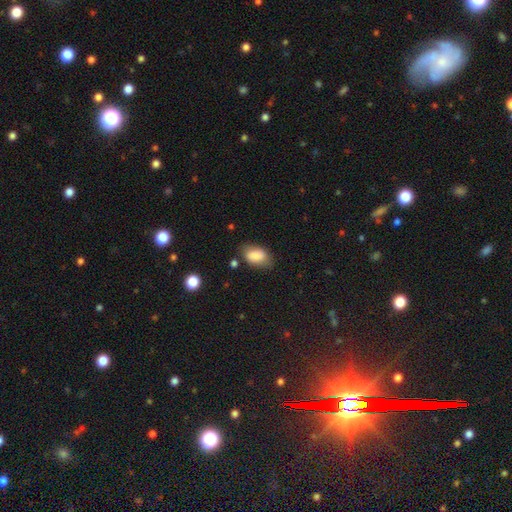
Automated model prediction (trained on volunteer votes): smooth_or_featured: smooth (p=0.83) [alt: featured or disk p=0.10]
how_rounded: in between (p=0.89) [alt: round p=0.10]
merging: none (p=0.69) [alt: minor disturbance p=0.22]